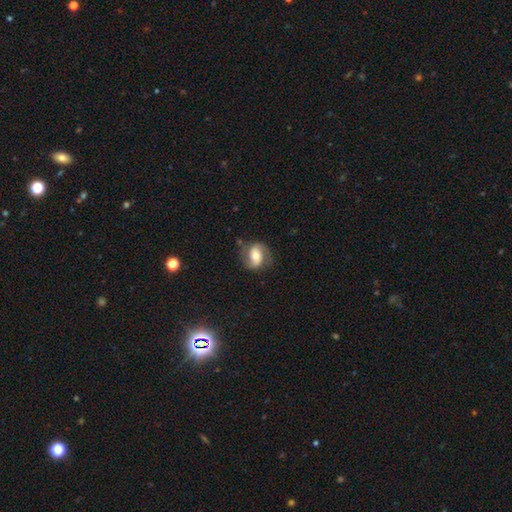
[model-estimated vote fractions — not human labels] Q: Smooth or featured?
A: featured or disk (64%); runner-up: smooth (29%)
Q: Edge-on disk?
A: no (96%); runner-up: yes (4%)
Q: Bar?
A: no (38%); runner-up: weak (35%)
Q: Spiral arms?
A: yes (88%); runner-up: no (12%)
Q: Spiral winding?
A: medium (44%); runner-up: loose (35%)
Q: Spiral arm count?
A: 2 (88%); runner-up: can't tell (5%)
Q: Bulge size?
A: moderate (65%); runner-up: small (18%)
Q: Merging?
A: none (75%); runner-up: minor disturbance (17%)